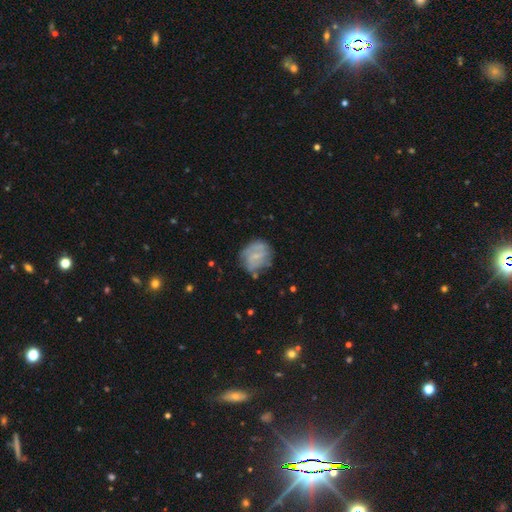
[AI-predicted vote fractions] featured or disk 56%, smooth 36%, star or artifact 8%. Down the decision tree: edge-on disk — no (97%); bar — weak (47%); spiral arms — yes (70%); bulge size — small (57%); merging — none (63%).